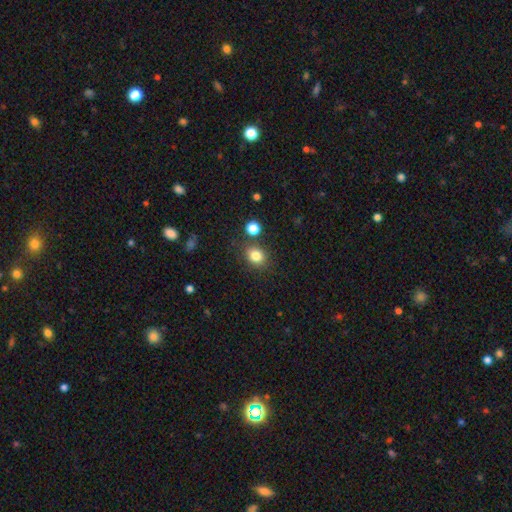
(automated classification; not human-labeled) The model was most divided on "how rounded": round: 60%, in between: 40%, cigar-shaped: 1%. More confident: smooth or featured — smooth (82%); merging — none (78%).